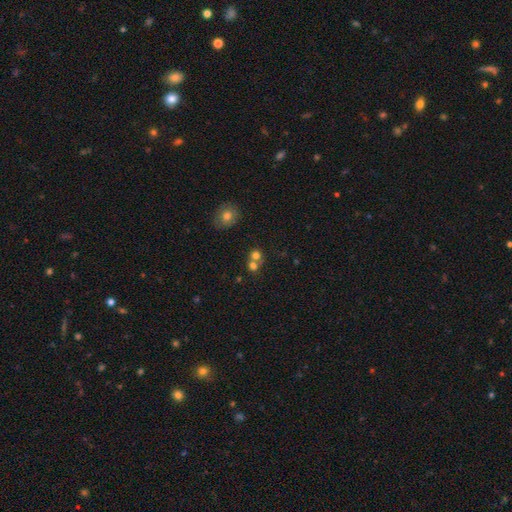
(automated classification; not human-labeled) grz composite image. It shows a smooth galaxy with no disk features (72%) that is round (83%). Merging: merger (50%).